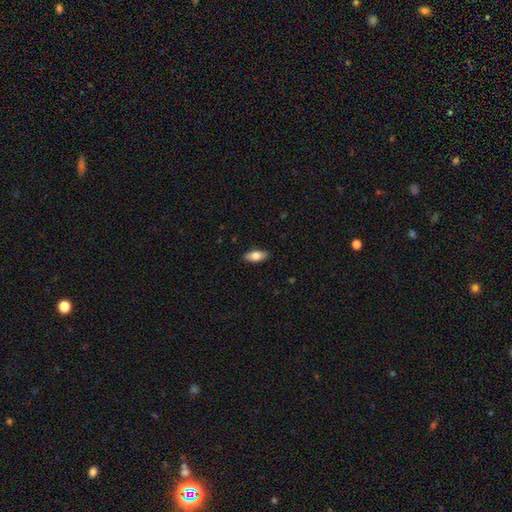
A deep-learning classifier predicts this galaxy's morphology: Smooth or featured?
  - smooth: 74% *
  - featured or disk: 20%
  - star or artifact: 6%
How rounded?
  - in between: 83% *
  - cigar-shaped: 14%
  - round: 3%
Merging?
  - none: 89% *
  - minor disturbance: 8%
  - major disturbance: 2%
  - merger: 1%